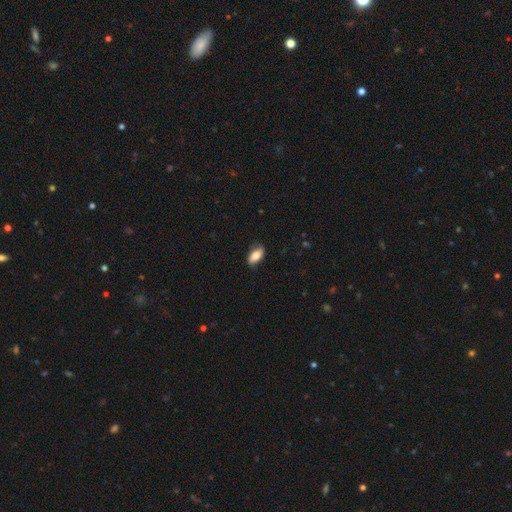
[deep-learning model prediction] A smooth galaxy with no disk features (75%) that is in between round and cigar-shaped (89%). Merging: none (76%).